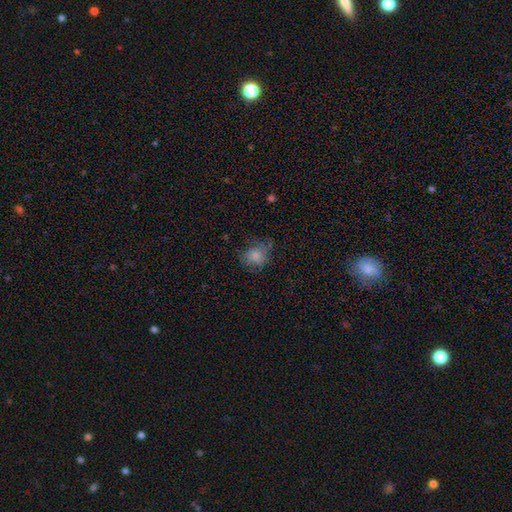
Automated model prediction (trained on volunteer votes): smooth 79%, featured or disk 11%, star or artifact 10%. Down the decision tree: how rounded — round (72%); merging — none (60%).